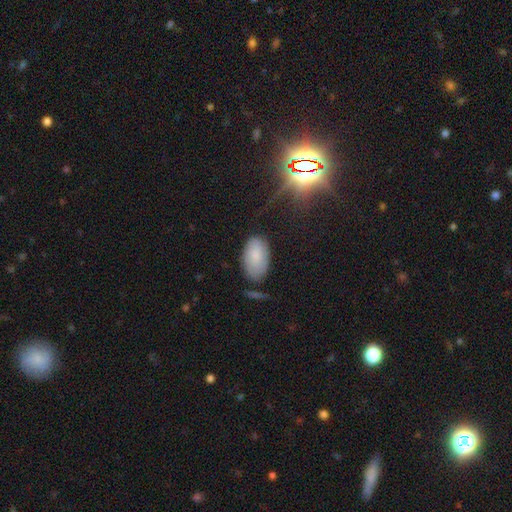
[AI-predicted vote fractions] A smooth galaxy with no disk features (75%) that is in between round and cigar-shaped (94%).

Vote fractions:
- Smooth or featured? smooth: 75% / featured or disk: 15% / star or artifact: 10%
- How rounded? in between: 94% / round: 4% / cigar-shaped: 2%
- Merging? none: 71% / minor disturbance: 20% / major disturbance: 5% / merger: 3%